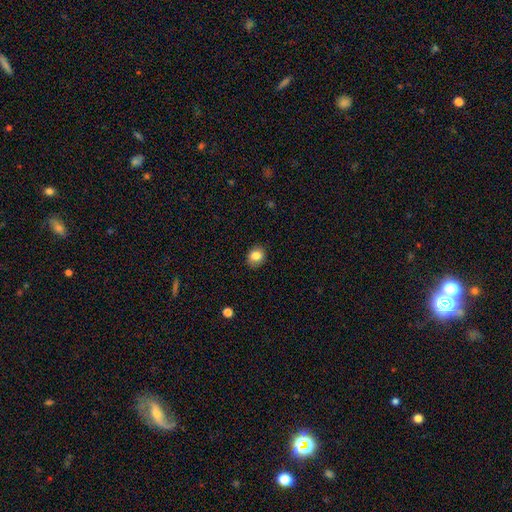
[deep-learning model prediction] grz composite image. It shows a smooth galaxy with no disk features (84%) that is round (58%). Merging: none (87%).